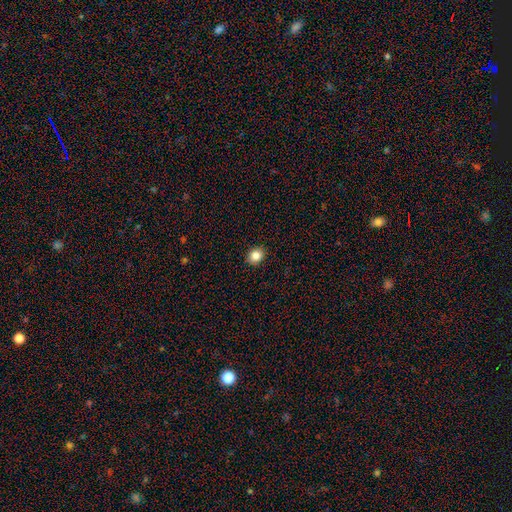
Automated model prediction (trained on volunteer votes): This is clearly a smooth galaxy (84%). How rounded: likely round (62%). Merging: clearly none (90%).